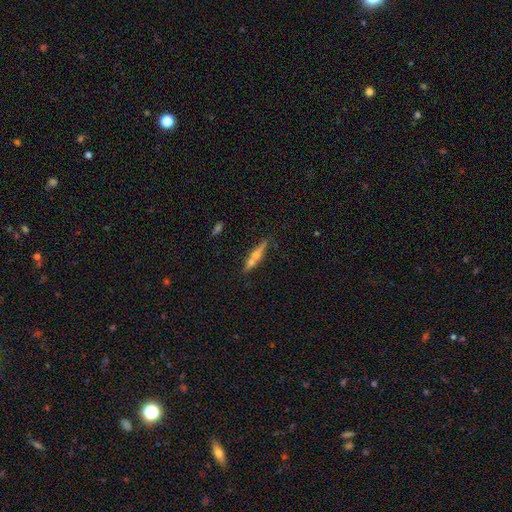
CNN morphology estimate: This appears to be a featured or disk galaxy (58%) viewed edge-on (92%) with a rounded central bulge (89%). Merging: none (65%).